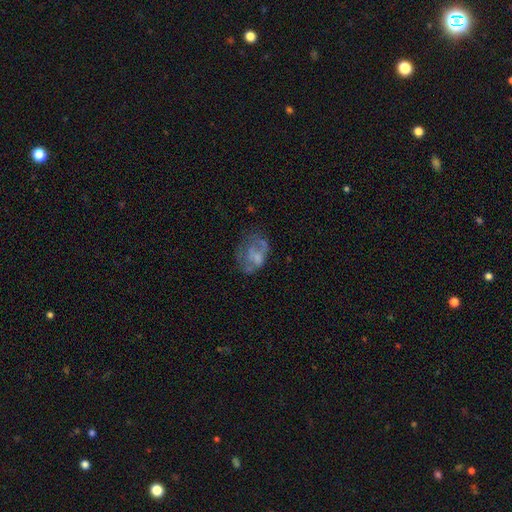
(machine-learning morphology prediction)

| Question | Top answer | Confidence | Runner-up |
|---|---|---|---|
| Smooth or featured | featured or disk | 48% | smooth (40%) |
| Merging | none | 39% | major disturbance (32%) |